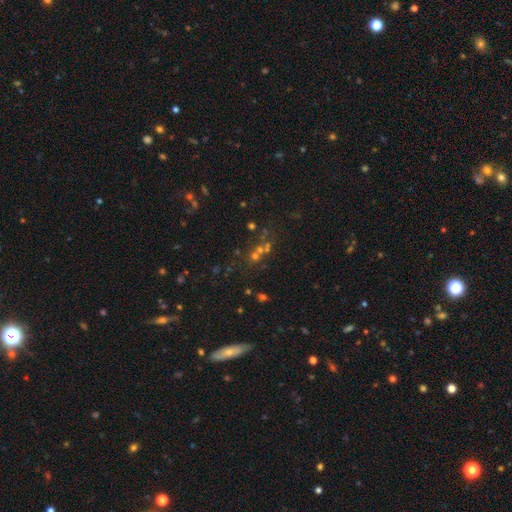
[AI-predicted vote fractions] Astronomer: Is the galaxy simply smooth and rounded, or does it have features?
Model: star or artifact — 43% (runner-up: smooth, 37%).